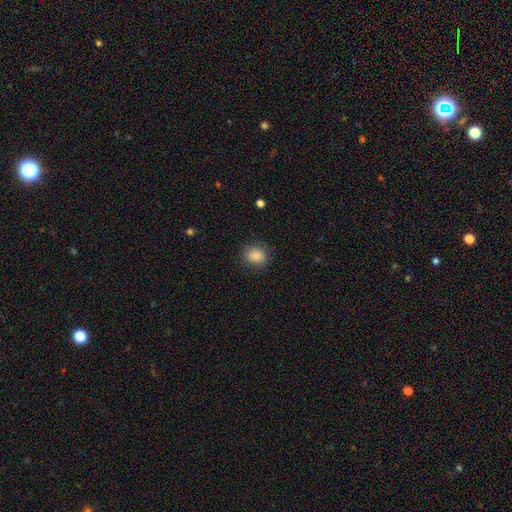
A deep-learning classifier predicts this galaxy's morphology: A smooth galaxy with no disk features (86%) that is round (67%). Merging: none (85%).